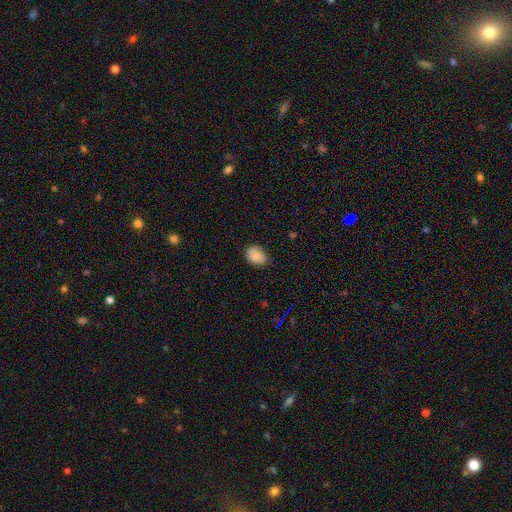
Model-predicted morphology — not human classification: A smooth galaxy with no disk features (84%) that is in between round and cigar-shaped (69%). Merging: none (72%).